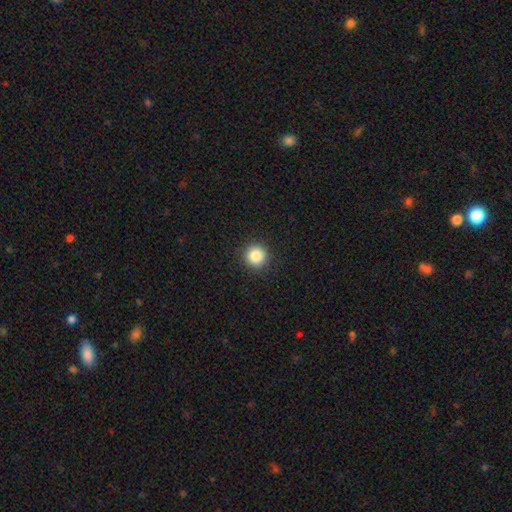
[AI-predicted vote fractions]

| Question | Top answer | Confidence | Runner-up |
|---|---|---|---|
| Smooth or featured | smooth | 86% | star or artifact (10%) |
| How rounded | round | 95% | in between (4%) |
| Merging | none | 92% | minor disturbance (5%) |